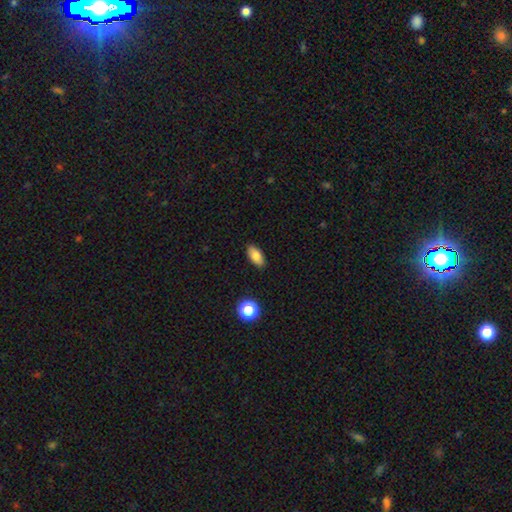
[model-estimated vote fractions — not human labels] This is clearly a smooth galaxy (83%). How rounded: clearly in between (91%). Merging: clearly none (88%).